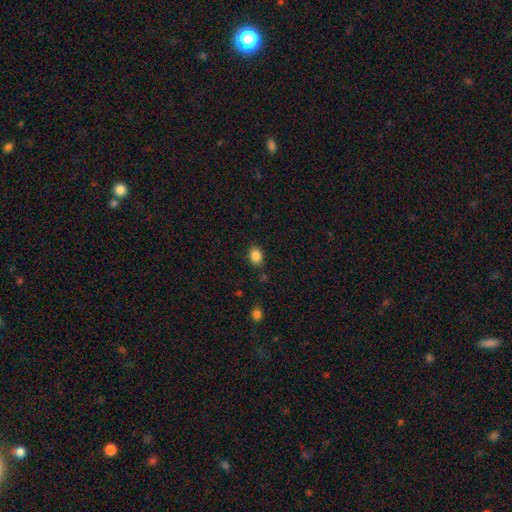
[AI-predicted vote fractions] The model was most divided on "how rounded": in between: 67%, round: 32%, cigar-shaped: 1%. More confident: smooth or featured — smooth (86%); merging — none (83%).